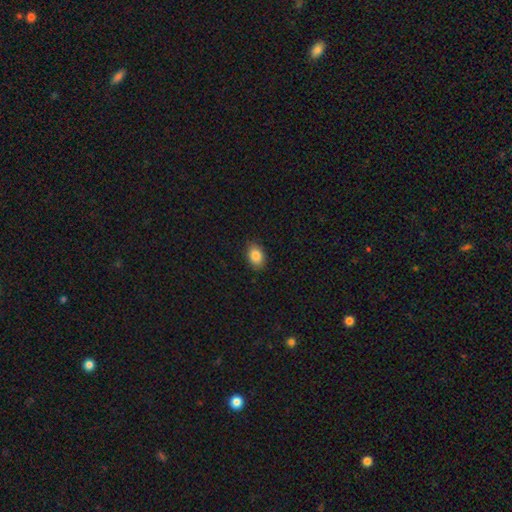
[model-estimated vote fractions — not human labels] Q: Smooth or featured?
A: smooth (86%); runner-up: star or artifact (8%)
Q: How rounded?
A: in between (84%); runner-up: round (15%)
Q: Merging?
A: none (88%); runner-up: minor disturbance (9%)